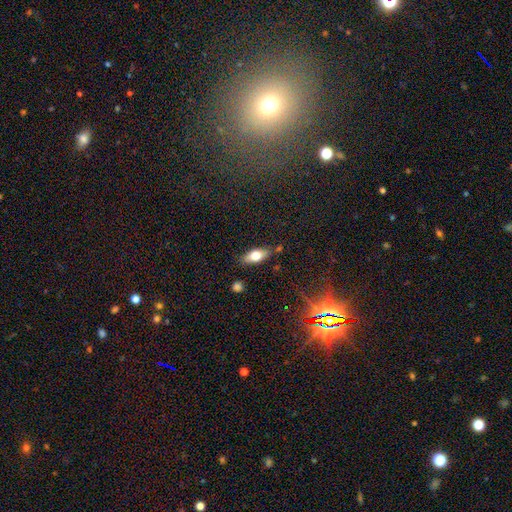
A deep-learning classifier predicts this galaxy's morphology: A smooth galaxy with no disk features (69%) that is in between round and cigar-shaped (81%).

Vote fractions:
- Smooth or featured? smooth: 69% / featured or disk: 22% / star or artifact: 9%
- How rounded? in between: 81% / cigar-shaped: 15% / round: 4%
- Merging? none: 81% / minor disturbance: 13% / major disturbance: 3% / merger: 3%